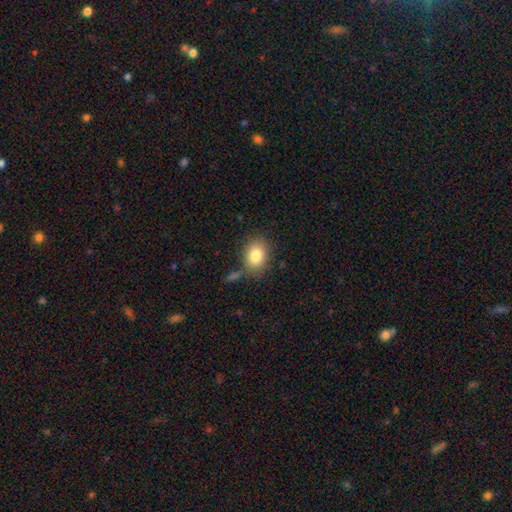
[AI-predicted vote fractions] Smooth or featured?
  - smooth: 82% *
  - featured or disk: 9%
  - star or artifact: 9%
How rounded?
  - in between: 63% *
  - round: 36%
  - cigar-shaped: 1%
Merging?
  - none: 75% *
  - minor disturbance: 14%
  - merger: 7%
  - major disturbance: 5%